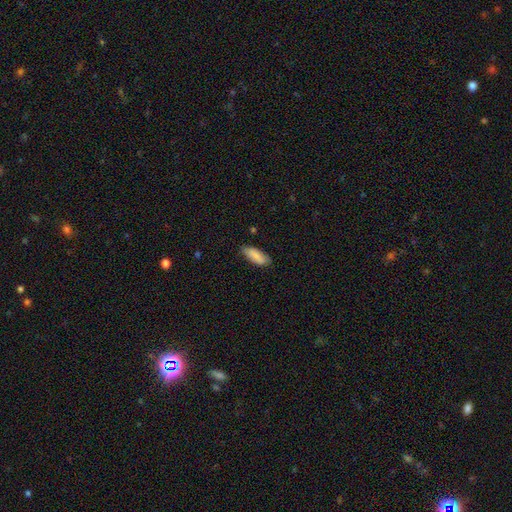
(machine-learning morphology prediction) A smooth galaxy with no disk features (85%) that is in between round and cigar-shaped (76%).

Vote fractions:
- Smooth or featured? smooth: 85% / featured or disk: 9% / star or artifact: 6%
- How rounded? in between: 76% / cigar-shaped: 22% / round: 2%
- Merging? none: 76% / minor disturbance: 19% / major disturbance: 3% / merger: 1%